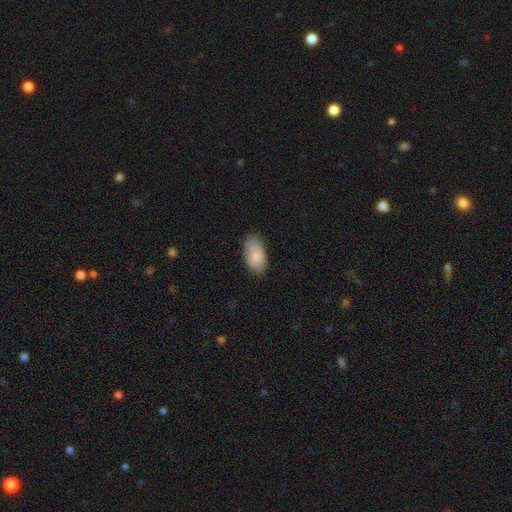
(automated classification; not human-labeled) A smooth galaxy with no disk features (81%) that is in between round and cigar-shaped (94%). Merging: none (80%).